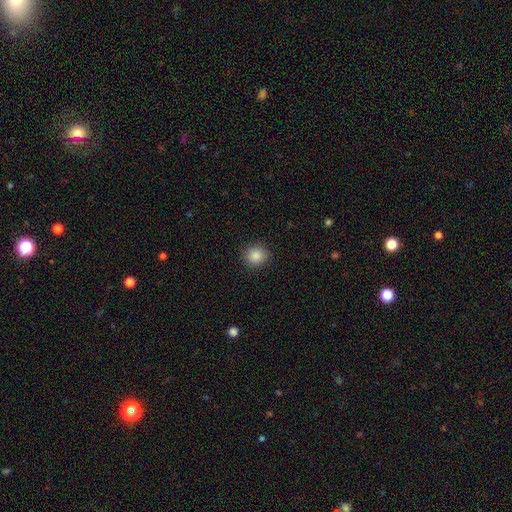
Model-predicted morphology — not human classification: This appears to be a smooth galaxy with no disk features (87%) that is round (88%). Merging: none (90%).